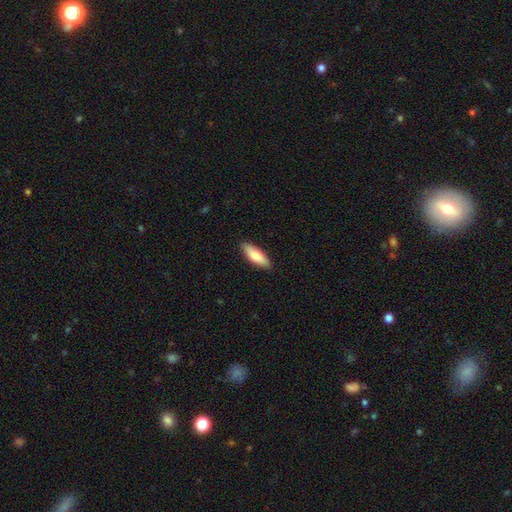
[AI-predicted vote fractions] smooth_or_featured: smooth (p=0.79) [alt: featured or disk p=0.15]
how_rounded: in between (p=0.56) [alt: cigar-shaped p=0.42]
merging: none (p=0.89) [alt: minor disturbance p=0.09]